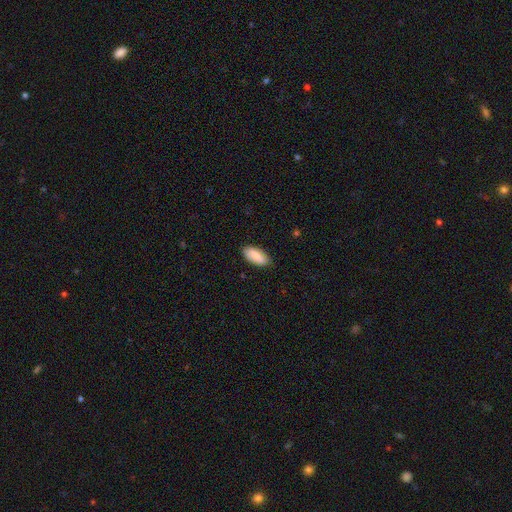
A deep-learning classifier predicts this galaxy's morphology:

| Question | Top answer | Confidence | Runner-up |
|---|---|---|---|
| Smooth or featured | smooth | 81% | featured or disk (13%) |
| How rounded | in between | 90% | cigar-shaped (8%) |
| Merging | none | 85% | minor disturbance (12%) |